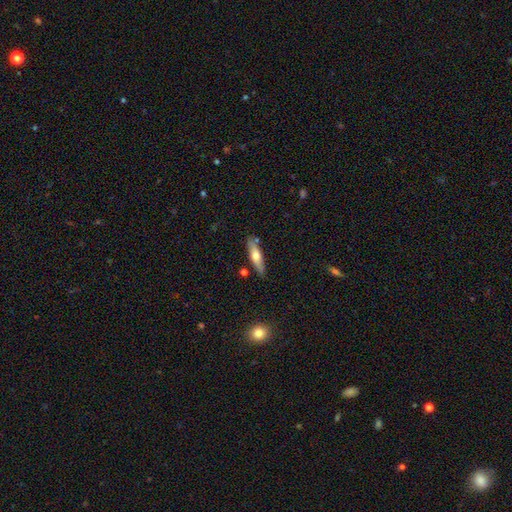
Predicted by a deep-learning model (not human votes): smooth_or_featured: smooth (p=0.53) [alt: featured or disk p=0.41]
how_rounded: cigar-shaped (p=0.73) [alt: in between p=0.25]
merging: none (p=0.83) [alt: minor disturbance p=0.11]